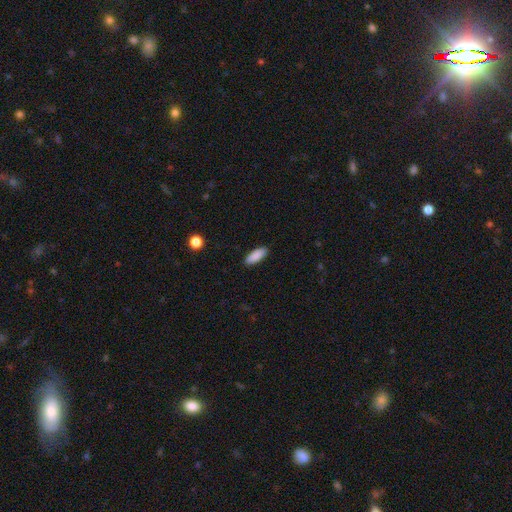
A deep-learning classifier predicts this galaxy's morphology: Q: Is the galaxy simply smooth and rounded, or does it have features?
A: smooth — 89%.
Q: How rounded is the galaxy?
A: in between — 69%.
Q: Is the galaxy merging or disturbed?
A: none — 90%.